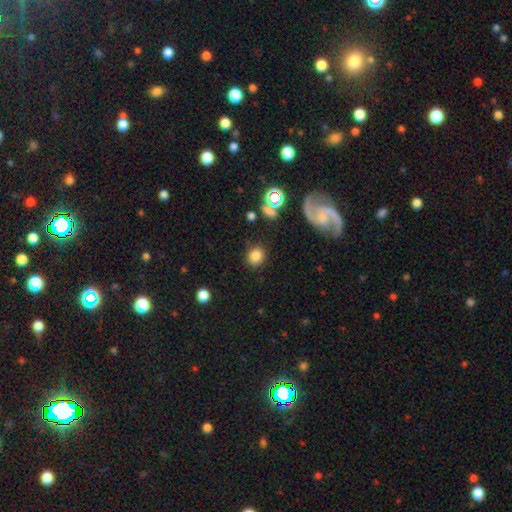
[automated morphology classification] smooth 79%, star or artifact 13%, featured or disk 8%. Down the decision tree: how rounded — round (76%); merging — none (85%).